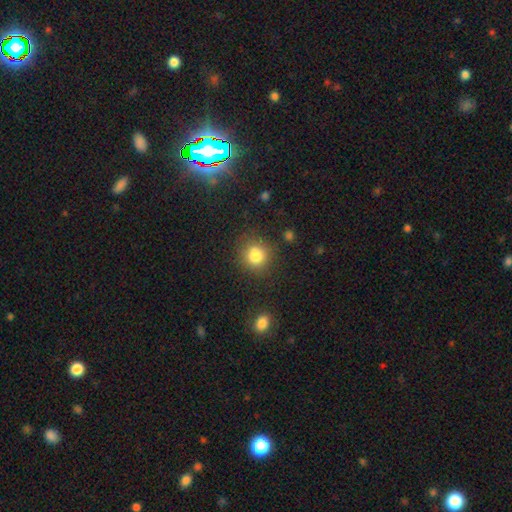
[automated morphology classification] Smooth or featured? smooth (81%)
How rounded? round (75%)
Merging? none (70%)